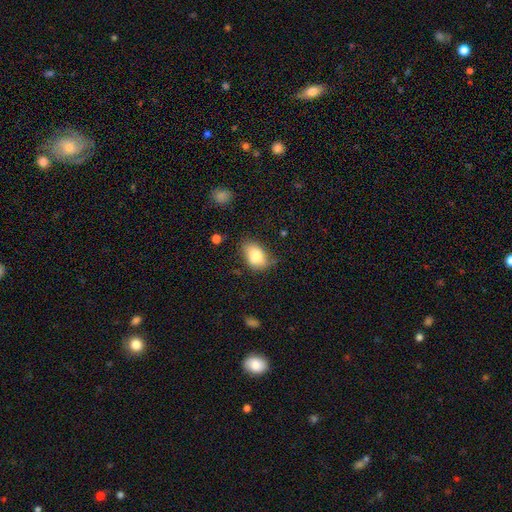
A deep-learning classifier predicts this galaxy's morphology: Overall: smooth (80%). How rounded: in between (83%). Merging: none (62%; minor disturbance 29%).